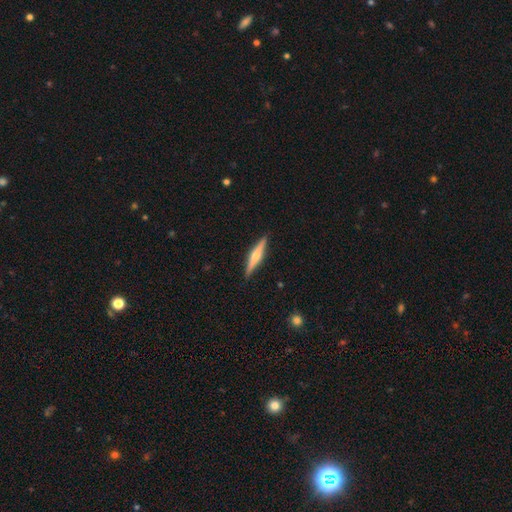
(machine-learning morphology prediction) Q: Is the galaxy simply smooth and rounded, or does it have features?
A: featured or disk — 65%.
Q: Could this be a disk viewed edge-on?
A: yes — 97%.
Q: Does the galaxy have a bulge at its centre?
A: rounded — 86%.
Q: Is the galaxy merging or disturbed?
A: none — 91%.